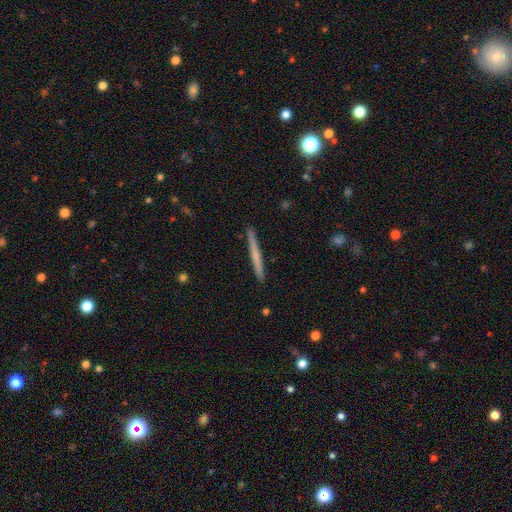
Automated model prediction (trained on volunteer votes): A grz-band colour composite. It shows a smooth galaxy with no disk features (56%) that is cigar-shaped (97%). Merging: none (92%).